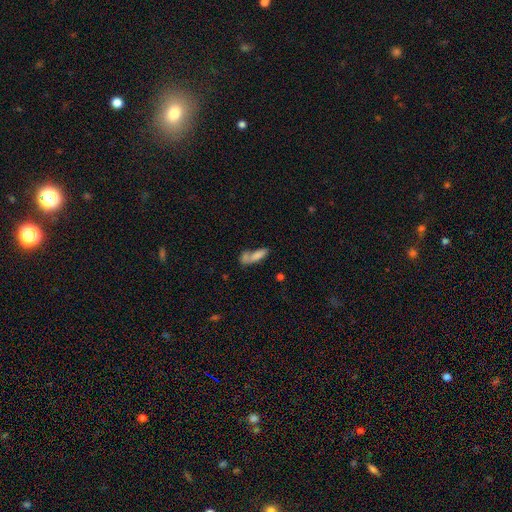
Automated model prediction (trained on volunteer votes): smooth 77%, featured or disk 14%, star or artifact 9%. Down the decision tree: how rounded — in between (53%); merging — merger (48%).